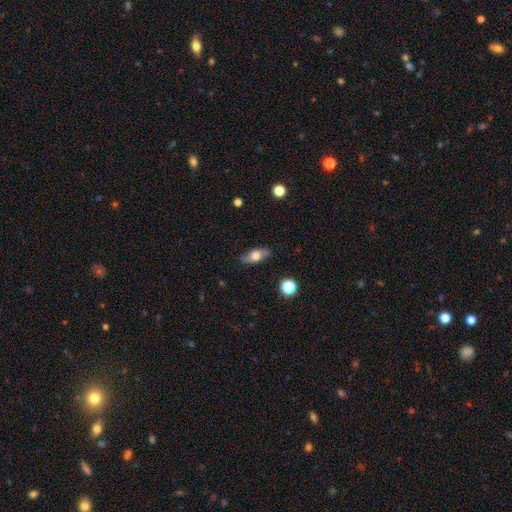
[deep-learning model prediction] Smooth or featured? Predicted: smooth (p=0.59). How rounded? Predicted: in between (p=0.78). Merging? Predicted: none (p=0.81).